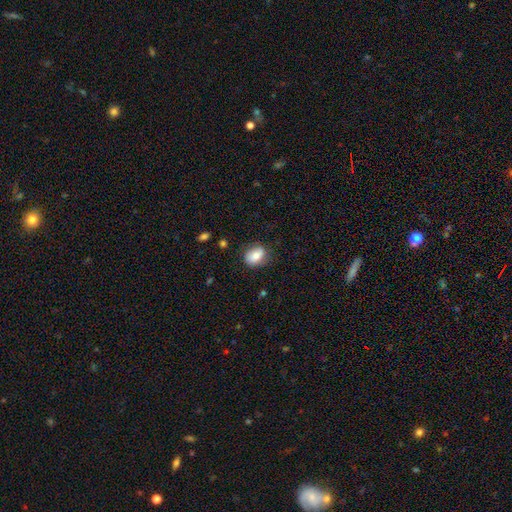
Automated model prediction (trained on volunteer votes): The model was most divided on "how rounded": in between: 64%, round: 34%, cigar-shaped: 1%. More confident: smooth or featured — smooth (77%); merging — none (76%).